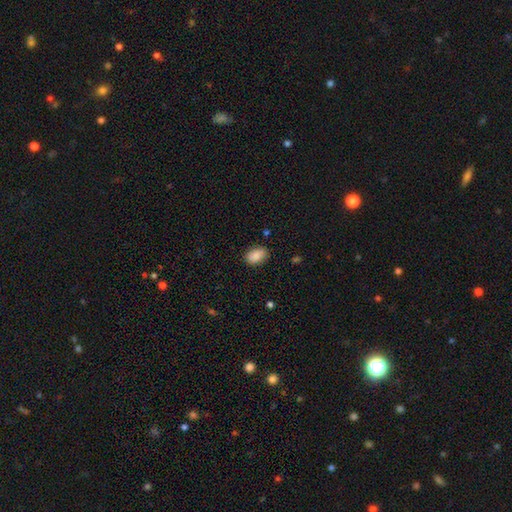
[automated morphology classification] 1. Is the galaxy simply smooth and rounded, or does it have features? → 88% smooth, 7% star or artifact, 4% featured or disk.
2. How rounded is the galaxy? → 90% in between, 9% round, 2% cigar-shaped.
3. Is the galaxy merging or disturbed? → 81% none, 15% minor disturbance, 3% major disturbance, 1% merger.